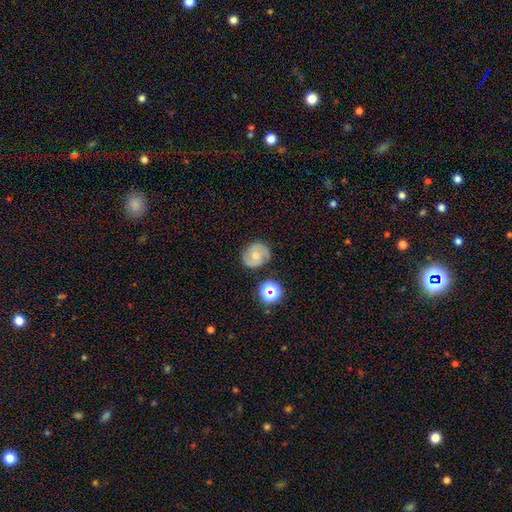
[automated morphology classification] type=featured or disk (51%); edge-on=no (97%); merging=none (76%).